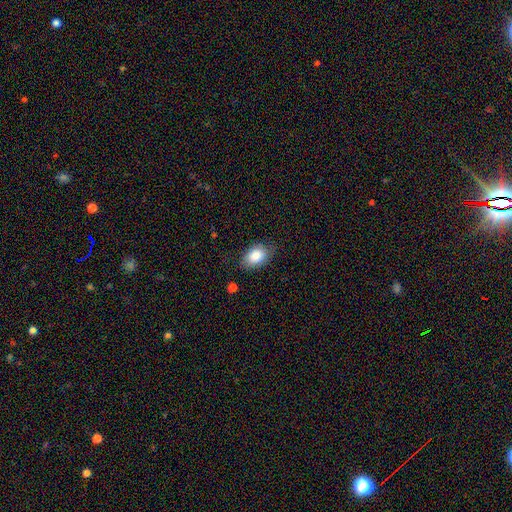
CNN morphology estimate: This appears to be a smooth galaxy with no disk features (85%) that is in between round and cigar-shaped (87%). Merging: none (75%).